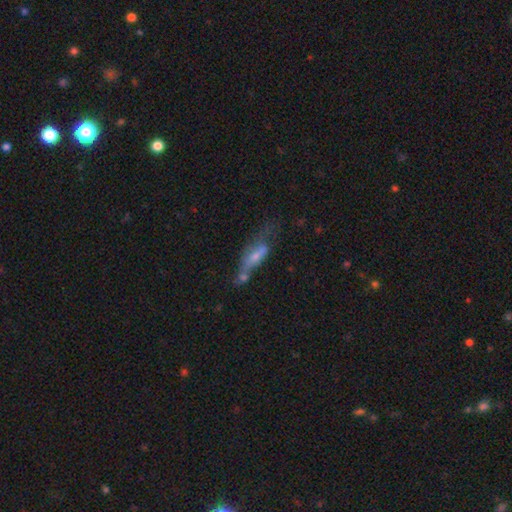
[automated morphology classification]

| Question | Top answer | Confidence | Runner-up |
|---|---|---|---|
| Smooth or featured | smooth | 49% | featured or disk (42%) |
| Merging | merger | 31% | major disturbance (26%) |